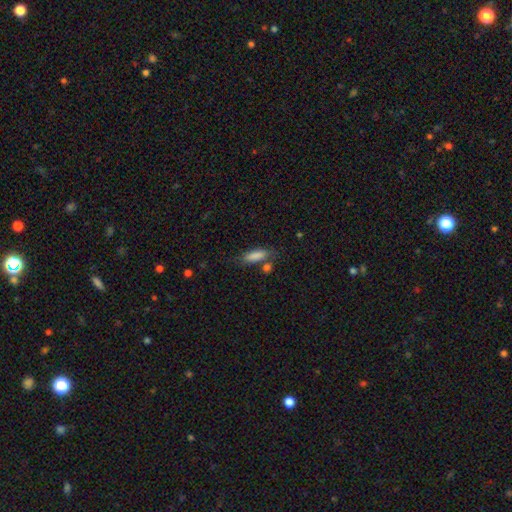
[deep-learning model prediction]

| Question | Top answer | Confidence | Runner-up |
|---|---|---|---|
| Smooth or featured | smooth | 84% | featured or disk (8%) |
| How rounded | in between | 54% | cigar-shaped (43%) |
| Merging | none | 64% | minor disturbance (17%) |